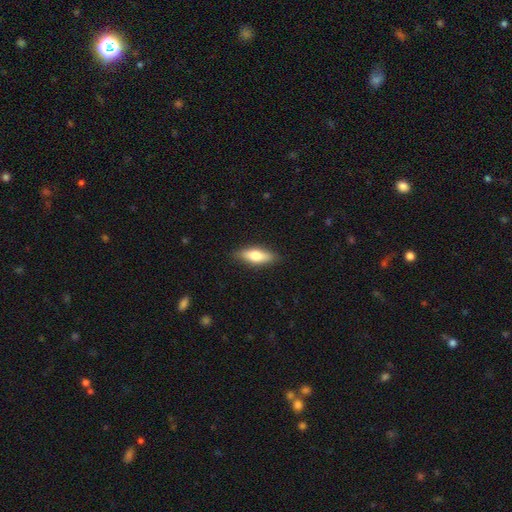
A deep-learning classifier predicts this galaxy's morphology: A smooth galaxy with no disk features (69%) that is in between round and cigar-shaped (64%). Merging: none (87%).